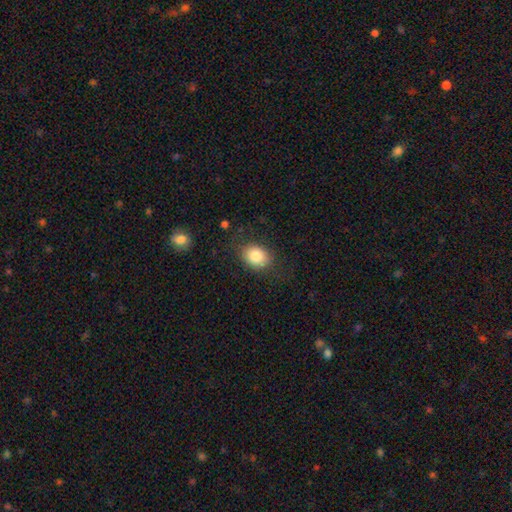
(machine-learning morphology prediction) Smooth or featured? Predicted: smooth (p=0.83). How rounded? Predicted: in between (p=0.63). Merging? Predicted: none (p=0.80).